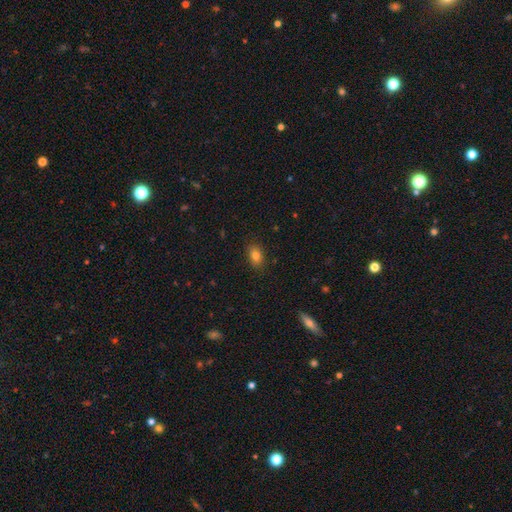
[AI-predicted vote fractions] The model was most divided on "how rounded": in between: 81%, round: 17%, cigar-shaped: 3%. More confident: merging — none (86%); smooth or featured — smooth (81%).